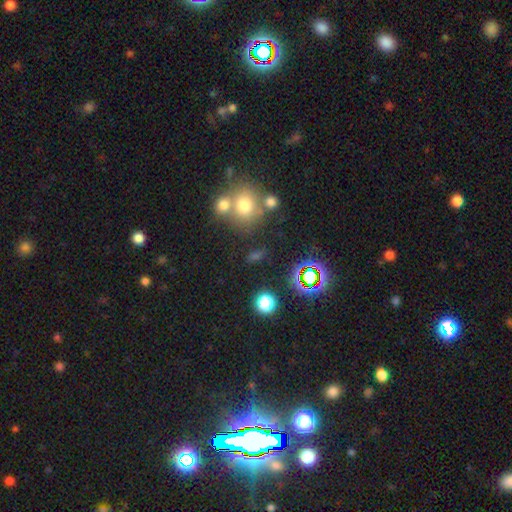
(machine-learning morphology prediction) This appears to be a smooth galaxy with no disk features (52%) that is round (62%). Merging: none (65%).